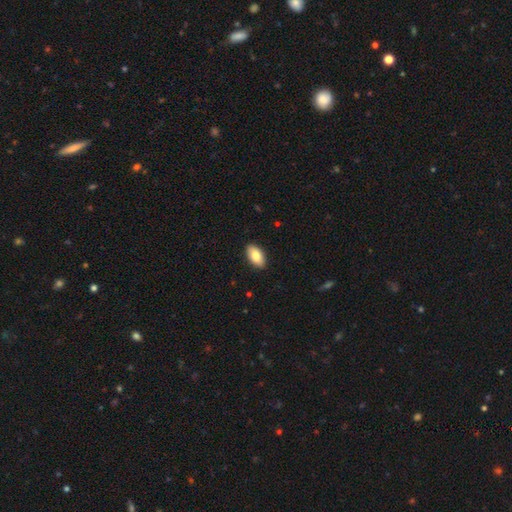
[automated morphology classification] A smooth galaxy with no disk features (83%) that is in between round and cigar-shaped (94%).

Vote fractions:
- Smooth or featured? smooth: 83% / featured or disk: 11% / star or artifact: 6%
- How rounded? in between: 94% / round: 3% / cigar-shaped: 3%
- Merging? none: 90% / minor disturbance: 7% / major disturbance: 2% / merger: 1%